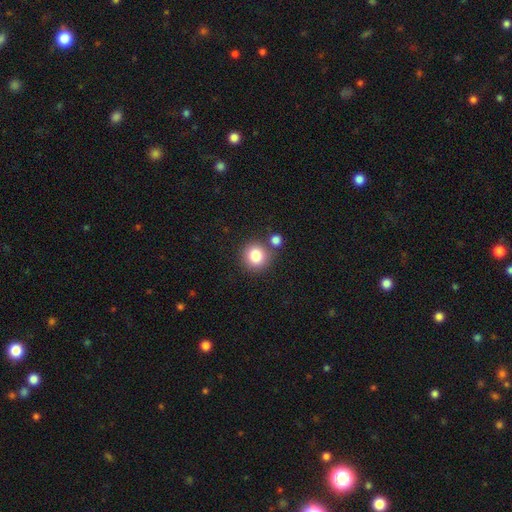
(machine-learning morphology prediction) This is clearly a smooth galaxy (82%). How rounded: clearly round (90%). Merging: likely none (76%).